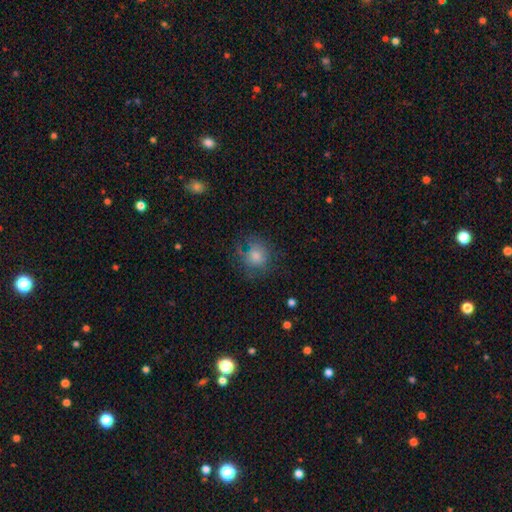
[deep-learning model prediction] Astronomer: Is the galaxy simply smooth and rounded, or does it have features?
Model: smooth — 62%.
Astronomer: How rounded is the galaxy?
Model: round — 81%.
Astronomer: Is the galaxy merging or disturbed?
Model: none — 63%.